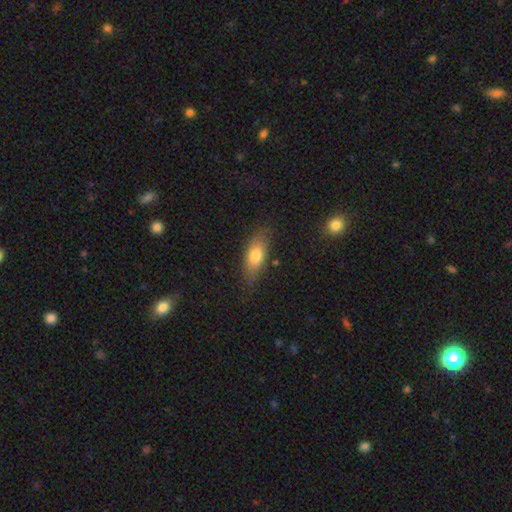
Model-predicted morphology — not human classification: Overall: smooth (75%). How rounded: in between (79%). Merging: none (79%).